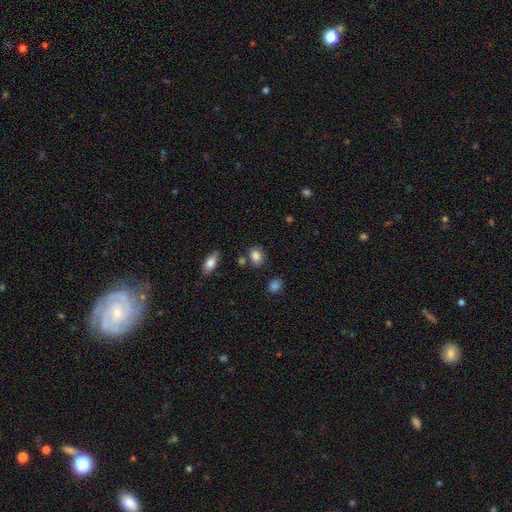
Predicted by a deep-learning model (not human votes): This is clearly a smooth galaxy (84%). How rounded: likely in between (61%). Merging: likely none (71%).